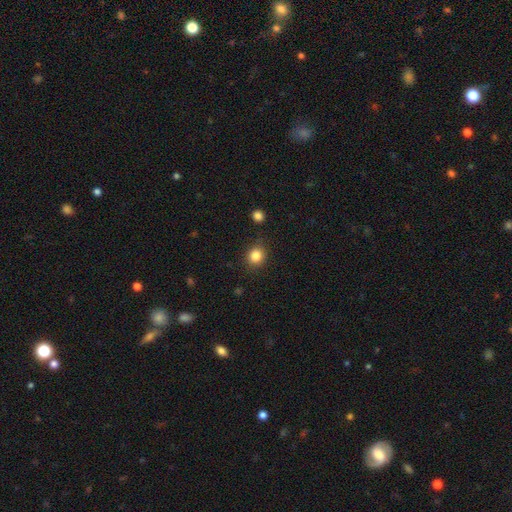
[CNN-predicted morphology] Smooth or featured? smooth (84%)
How rounded? round (83%)
Merging? none (86%)